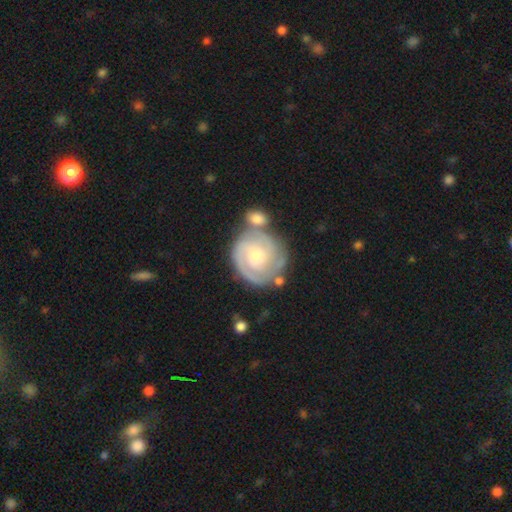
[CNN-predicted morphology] Smooth or featured? featured or disk (79%)
Edge-on disk? no (98%)
Bar? no (72%)
Spiral arms? yes (93%)
Spiral winding? tight (72%)
Spiral arm count? 2 (45%)
Bulge size? small (47%)
Merging? none (57%)